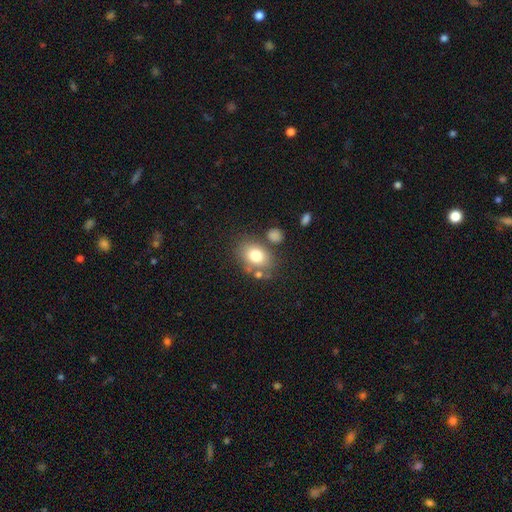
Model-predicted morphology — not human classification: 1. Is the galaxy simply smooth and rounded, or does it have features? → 76% smooth, 14% featured or disk, 10% star or artifact.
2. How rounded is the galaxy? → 67% in between, 32% round, 1% cigar-shaped.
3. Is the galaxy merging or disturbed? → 67% none, 15% minor disturbance, 12% merger, 6% major disturbance.